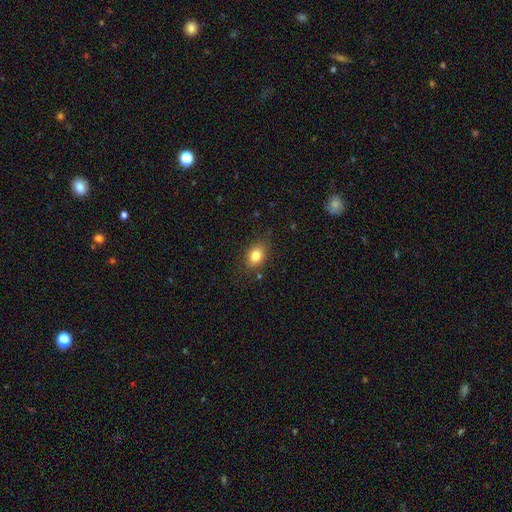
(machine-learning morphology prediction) A smooth galaxy with no disk features (81%) that is in between round and cigar-shaped (72%). Merging: none (79%).